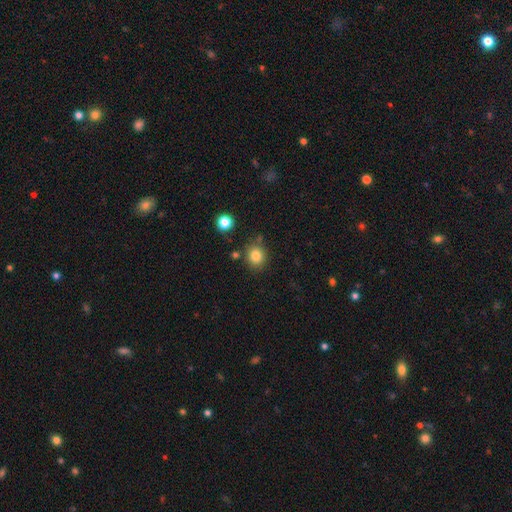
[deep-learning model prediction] smooth 82%, star or artifact 11%, featured or disk 6%. Down the decision tree: how rounded — round (80%); merging — none (79%).